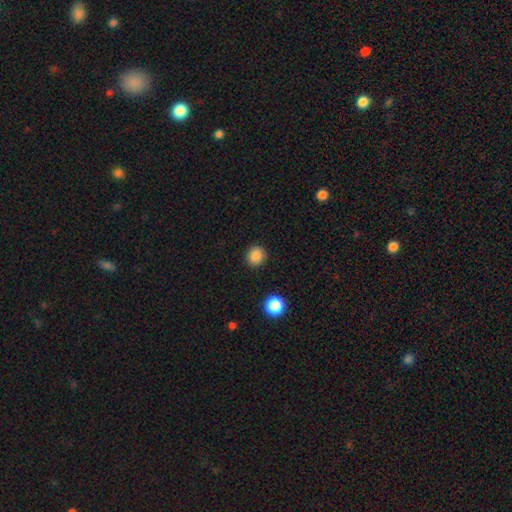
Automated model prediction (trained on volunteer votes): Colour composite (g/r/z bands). It shows a smooth galaxy with no disk features (86%) that is round (90%). Merging: none (90%).